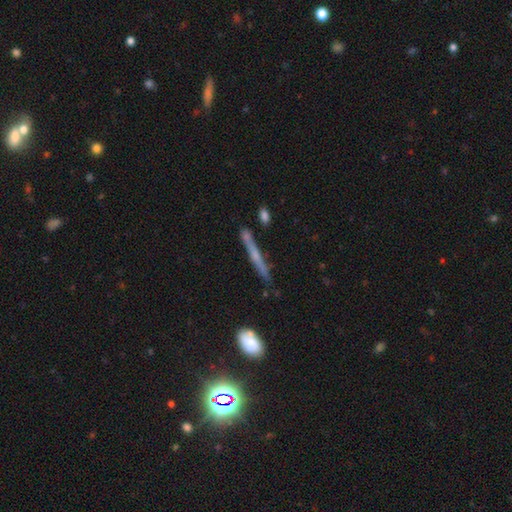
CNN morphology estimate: Overall: featured or disk (54%; smooth 38%). Edge-on disk: yes (93%). Merging: none (75%).